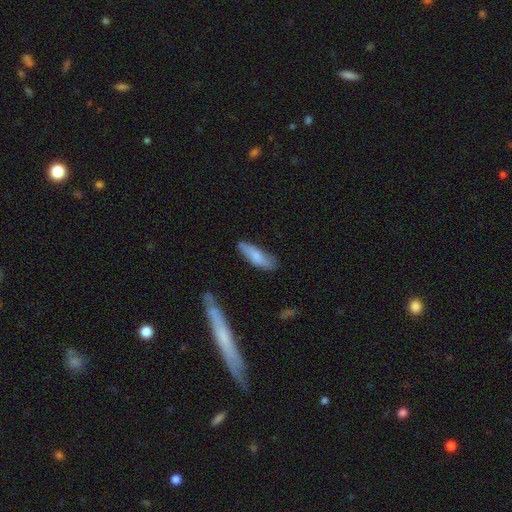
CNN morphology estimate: A smooth galaxy with no disk features (75%) that is in between round and cigar-shaped (49%, tied with cigar-shaped).

Vote fractions:
- Smooth or featured? smooth: 75% / featured or disk: 19% / star or artifact: 6%
- How rounded? in between: 49% (tied) / cigar-shaped: 49% (tied) / round: 2%
- Merging? none: 71% / minor disturbance: 22% / major disturbance: 4% / merger: 3%